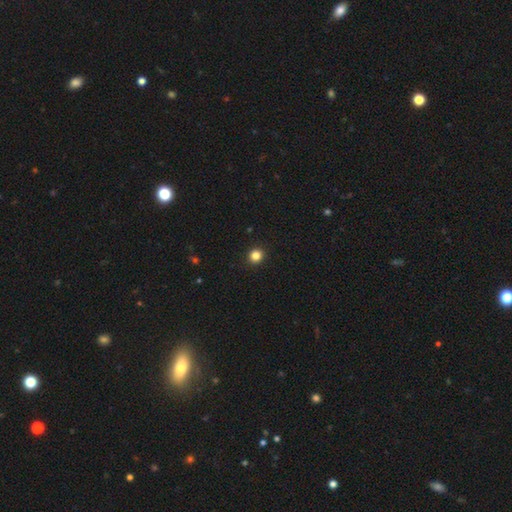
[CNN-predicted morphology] Overall: smooth (84%). How rounded: round (92%). Merging: none (93%).